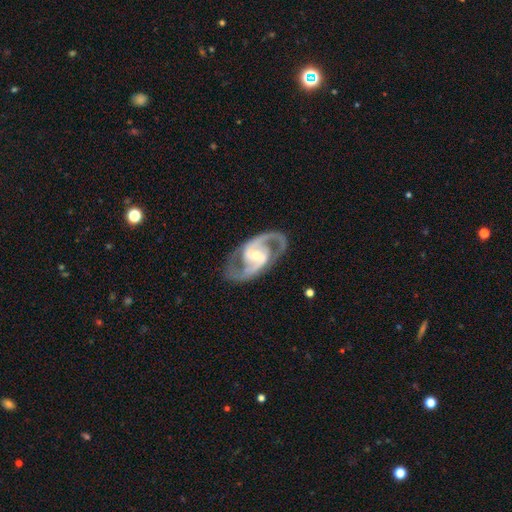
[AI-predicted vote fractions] Q: Smooth or featured?
A: featured or disk (92%); runner-up: star or artifact (4%)
Q: Edge-on disk?
A: no (97%); runner-up: yes (3%)
Q: Bar?
A: weak (40%); runner-up: strong (38%)
Q: Spiral arms?
A: yes (98%); runner-up: no (2%)
Q: Spiral winding?
A: medium (64%); runner-up: tight (18%)
Q: Spiral arm count?
A: 2 (94%); runner-up: can't tell (2%)
Q: Bulge size?
A: small (50%); runner-up: moderate (44%)
Q: Merging?
A: none (83%); runner-up: minor disturbance (11%)